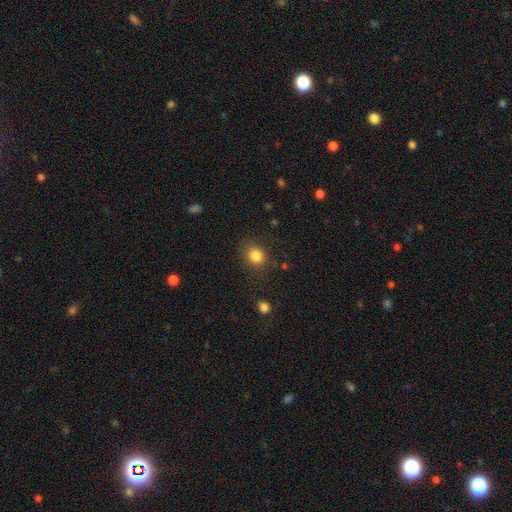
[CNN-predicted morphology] Q: Smooth or featured?
A: smooth (84%); runner-up: star or artifact (11%)
Q: How rounded?
A: round (73%); runner-up: in between (26%)
Q: Merging?
A: none (82%); runner-up: minor disturbance (12%)